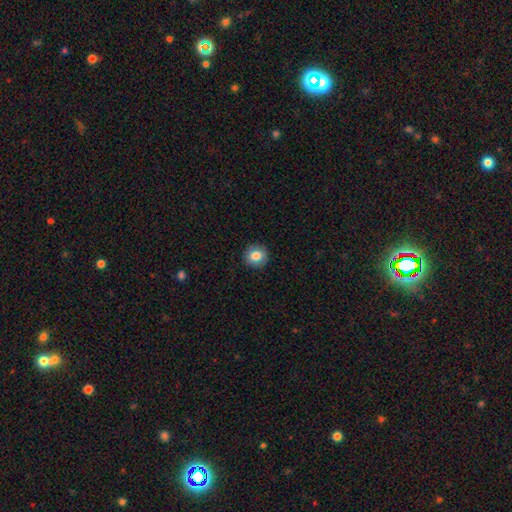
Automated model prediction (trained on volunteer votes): Overall: smooth (83%). How rounded: round (87%). Merging: none (90%).